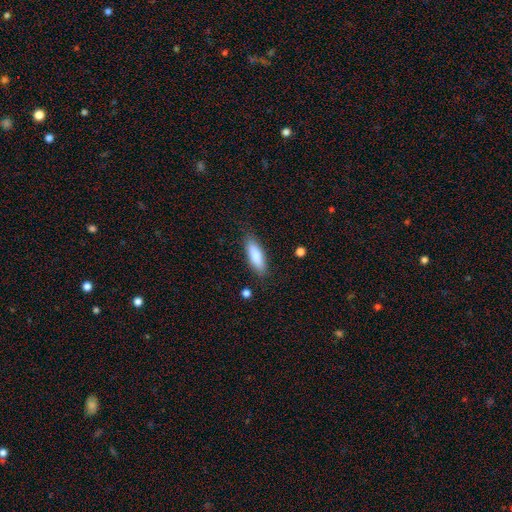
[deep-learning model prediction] smooth-or-featured: smooth: 82% | featured or disk: 12% | star or artifact: 6%
  how-rounded: in between: 53% | cigar-shaped: 45% | round: 2%
  merging: none: 83% | minor disturbance: 12% | major disturbance: 3% | merger: 2%